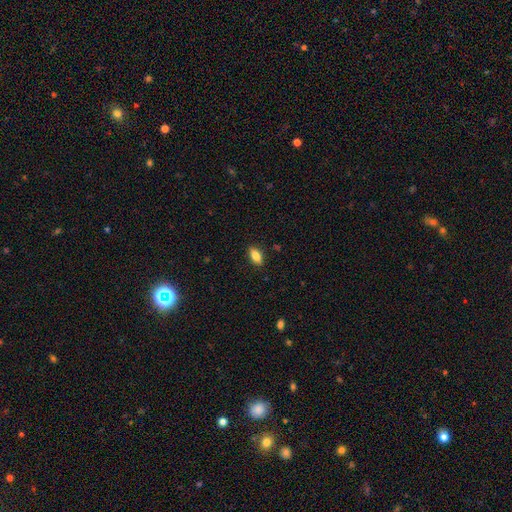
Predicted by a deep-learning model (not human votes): A smooth galaxy with no disk features (85%) that is in between round and cigar-shaped (88%). Merging: none (88%).